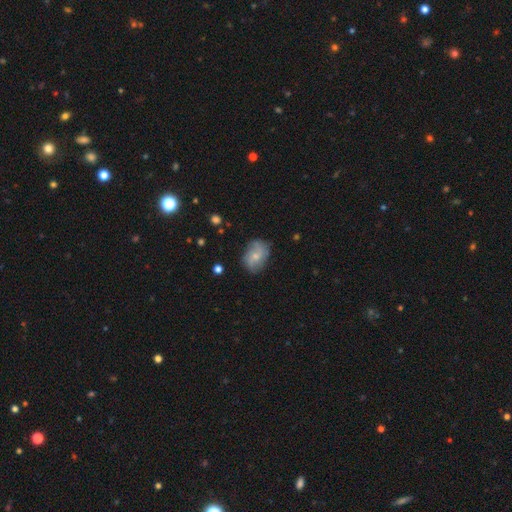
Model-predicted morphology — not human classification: type=featured or disk (46%, tied with smooth); merging=none (70%).